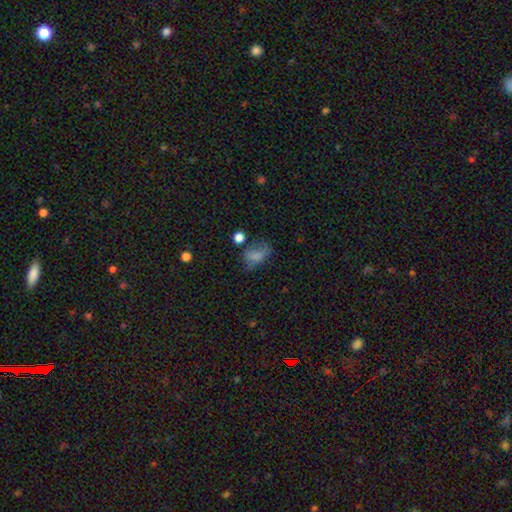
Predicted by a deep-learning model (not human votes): The model was most divided on "merging": none: 38%, minor disturbance: 27%, major disturbance: 27%, merger: 8%. More confident: how rounded — in between (81%); smooth or featured — smooth (69%).